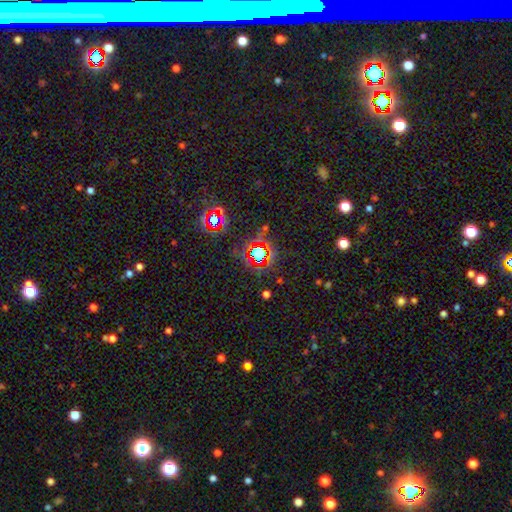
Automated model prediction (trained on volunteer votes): star or artifact 72%, smooth 18%, featured or disk 10%.